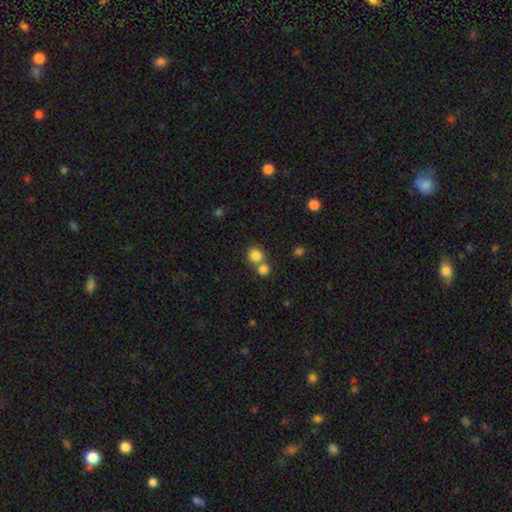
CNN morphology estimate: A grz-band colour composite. It shows a smooth galaxy with no disk features (82%) that is round (90%). Merging: none (55%).